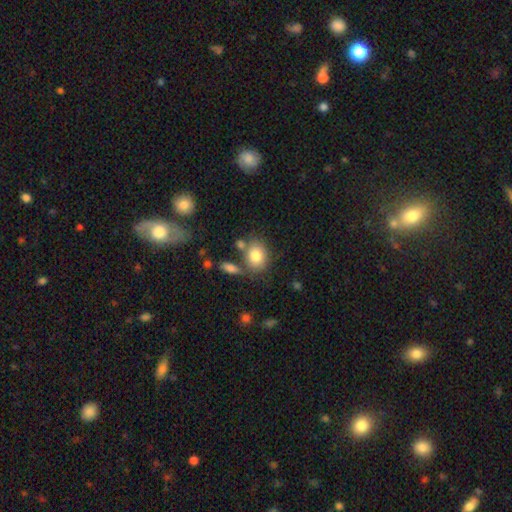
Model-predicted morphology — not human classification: type=smooth (82%); roundness=in between (53%); merging=none (67%).